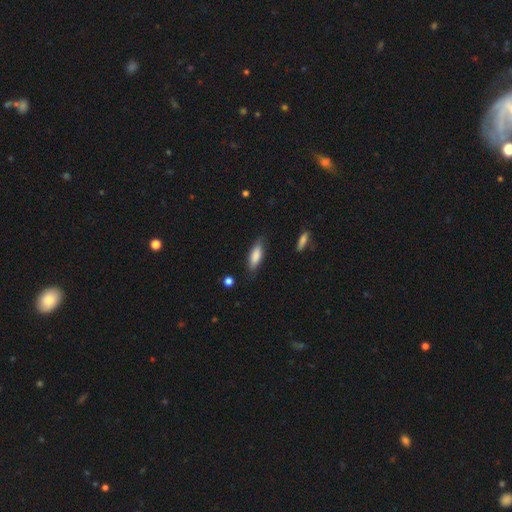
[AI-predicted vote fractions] Smooth or featured? smooth (82%)
How rounded? in between (61%)
Merging? none (79%)